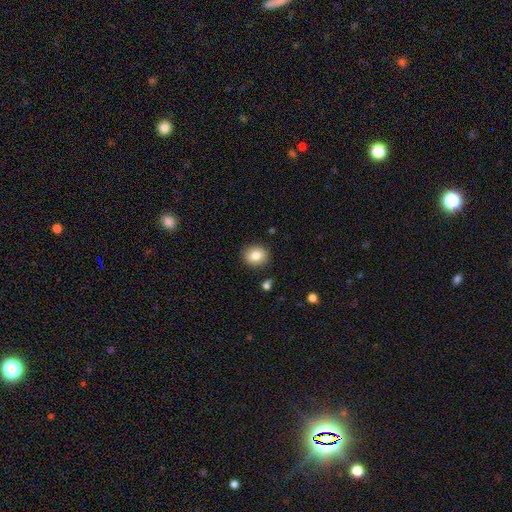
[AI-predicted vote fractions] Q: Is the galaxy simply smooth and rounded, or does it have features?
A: smooth — 81%.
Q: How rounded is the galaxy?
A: round — 72%.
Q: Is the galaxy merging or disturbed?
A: none — 87%.